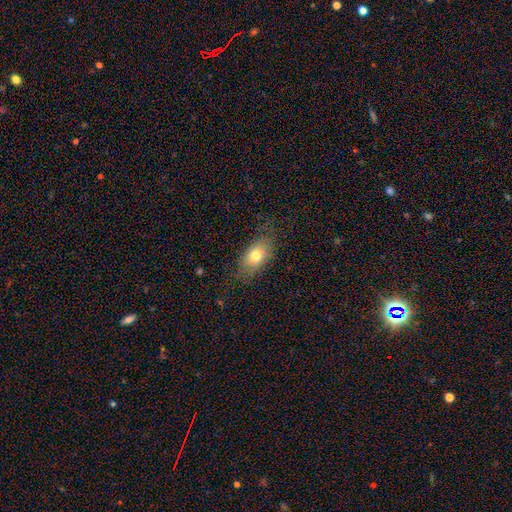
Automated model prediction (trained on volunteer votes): Smooth or featured? Predicted: smooth (p=0.74). How rounded? Predicted: in between (p=0.84). Merging? Predicted: none (p=0.75).